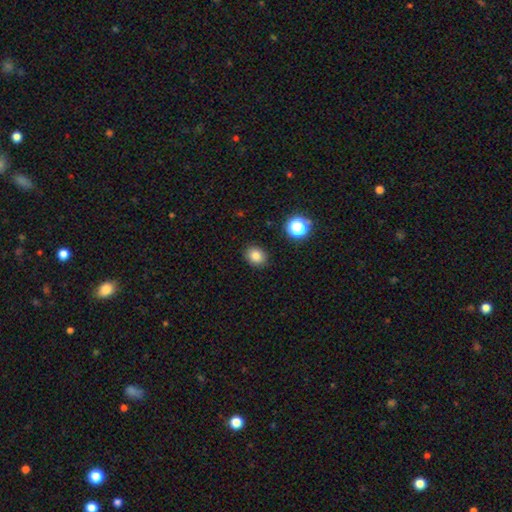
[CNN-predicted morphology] Overall: smooth (82%). How rounded: round (59%; in between 40%). Merging: none (88%).